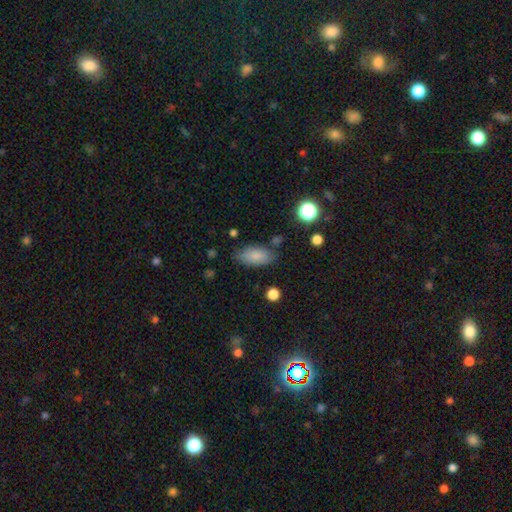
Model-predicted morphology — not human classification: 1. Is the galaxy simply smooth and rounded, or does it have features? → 82% smooth, 10% featured or disk, 8% star or artifact.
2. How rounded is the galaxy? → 90% in between, 7% cigar-shaped, 4% round.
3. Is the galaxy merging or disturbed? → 75% none, 17% minor disturbance, 4% major disturbance, 4% merger.